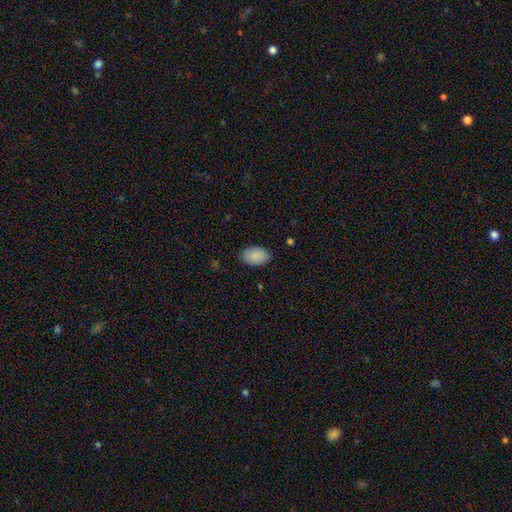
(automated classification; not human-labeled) Smooth or featured: smooth — 90% (star or artifact — 6%)
How rounded: in between — 91% (round — 8%)
Merging: none — 87% (minor disturbance — 10%)